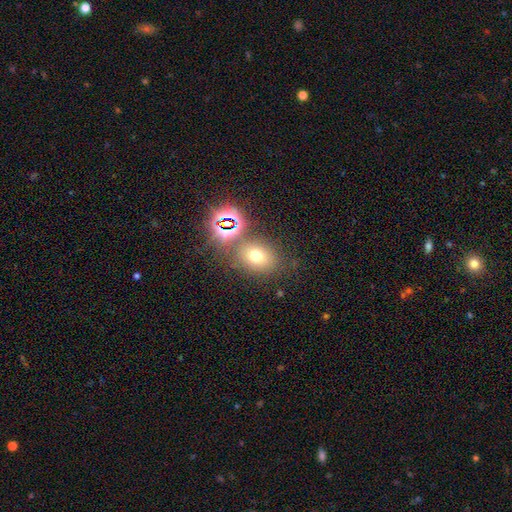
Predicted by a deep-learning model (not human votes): smooth_or_featured: smooth (p=0.64) [alt: star or artifact p=0.24]
how_rounded: in between (p=0.53) [alt: round p=0.46]
merging: none (p=0.71) [alt: merger p=0.13]